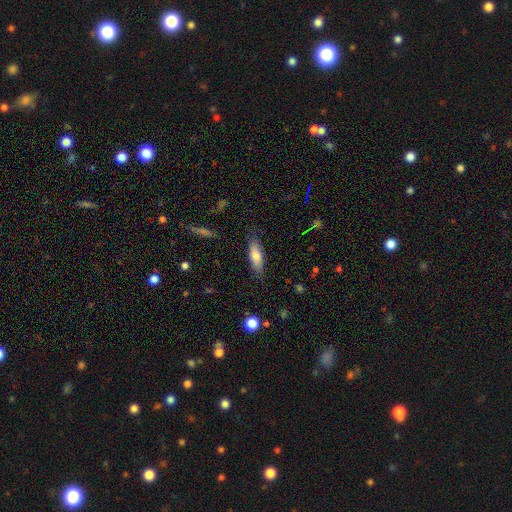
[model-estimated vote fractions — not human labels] A smooth galaxy with no disk features (72%) that is cigar-shaped (49%, tied with in between). Merging: none (81%).